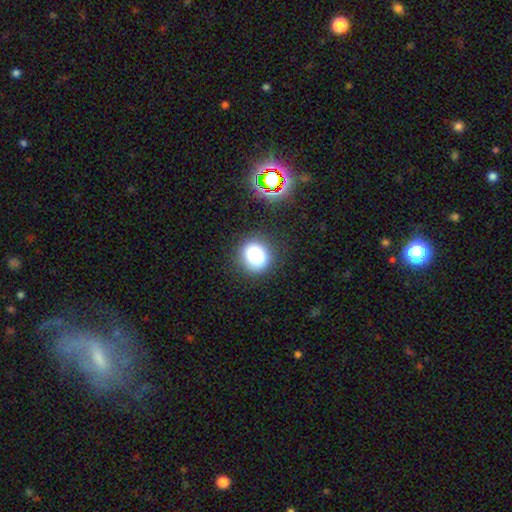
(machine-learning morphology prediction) This appears to be a smooth galaxy with no disk features (81%) that is round (78%). Merging: none (83%).